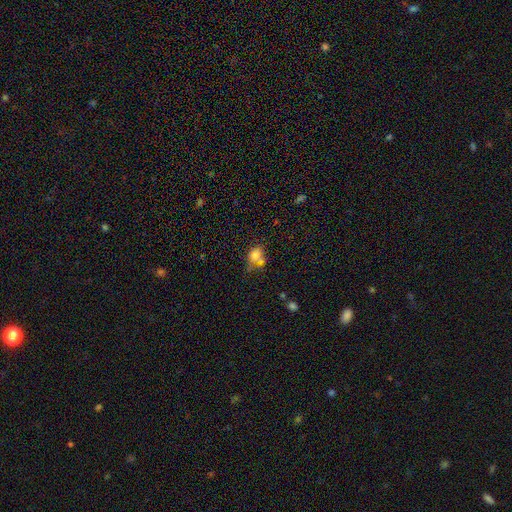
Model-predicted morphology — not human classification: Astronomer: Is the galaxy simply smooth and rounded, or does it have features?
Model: smooth — 73%.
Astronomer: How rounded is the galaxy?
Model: in between — 55% (runner-up: round, 44%).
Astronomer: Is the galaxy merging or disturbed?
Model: none — 37% (runner-up: merger, 35%).